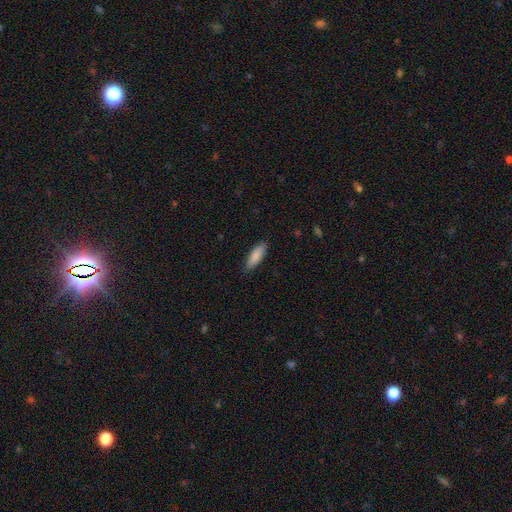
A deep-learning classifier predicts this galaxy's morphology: This is clearly a smooth galaxy (88%). How rounded: possibly in between (58%). Merging: clearly none (85%).